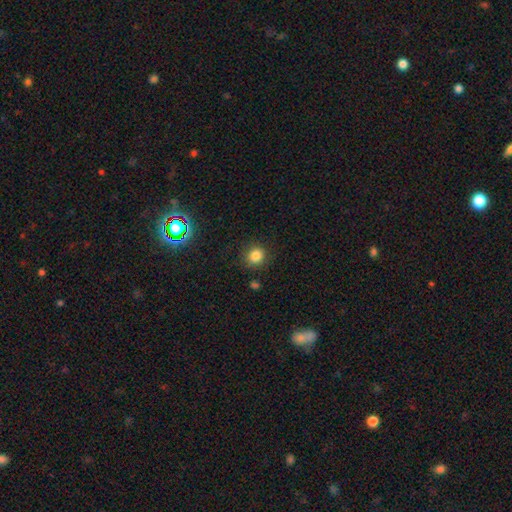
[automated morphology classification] The model was most divided on "how rounded": round: 85%, in between: 14%, cigar-shaped: 1%. More confident: merging — none (85%); smooth or featured — smooth (83%).